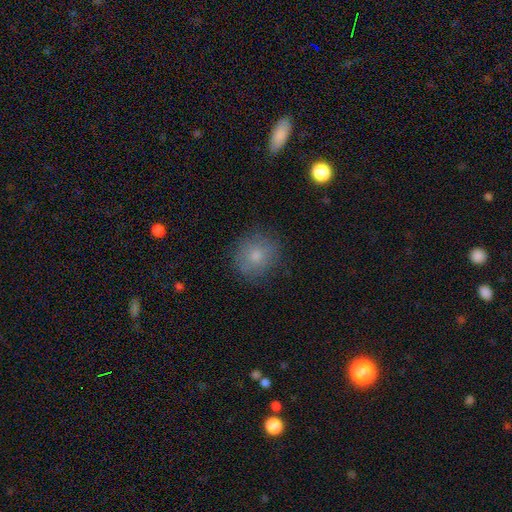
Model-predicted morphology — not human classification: Q: Smooth or featured?
A: smooth (76%); runner-up: featured or disk (13%)
Q: How rounded?
A: round (88%); runner-up: in between (11%)
Q: Merging?
A: none (80%); runner-up: minor disturbance (14%)